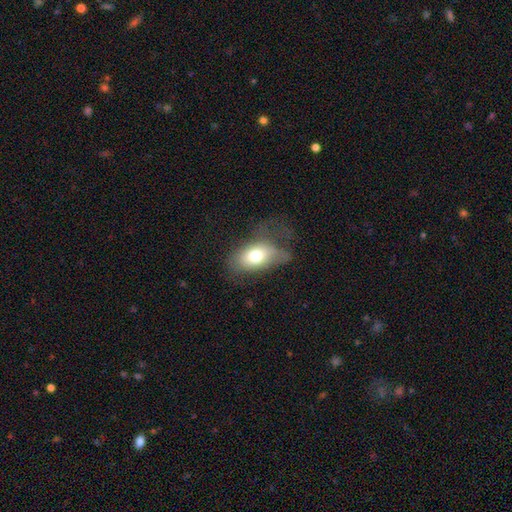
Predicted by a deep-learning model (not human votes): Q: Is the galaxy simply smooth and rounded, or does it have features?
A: smooth — 68%.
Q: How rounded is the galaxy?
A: in between — 87%.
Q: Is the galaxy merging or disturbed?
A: none — 36%.